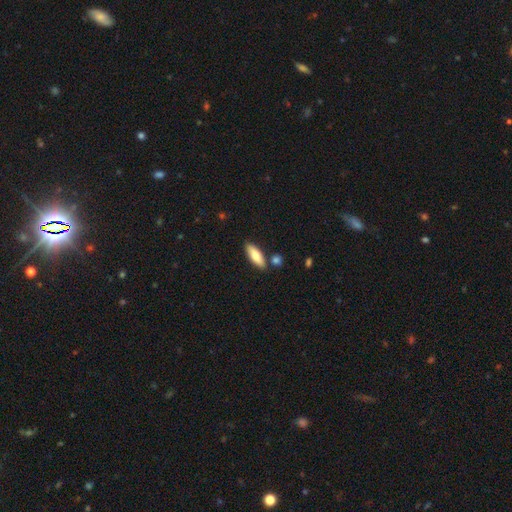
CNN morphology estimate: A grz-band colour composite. It shows a smooth galaxy with no disk features (76%) that is in between round and cigar-shaped (63%). Merging: none (81%).